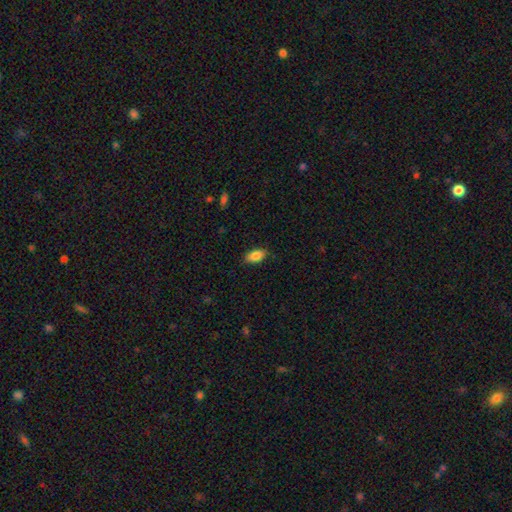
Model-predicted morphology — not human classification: This appears to be a smooth galaxy with no disk features (86%) that is in between round and cigar-shaped (92%). Merging: none (83%).